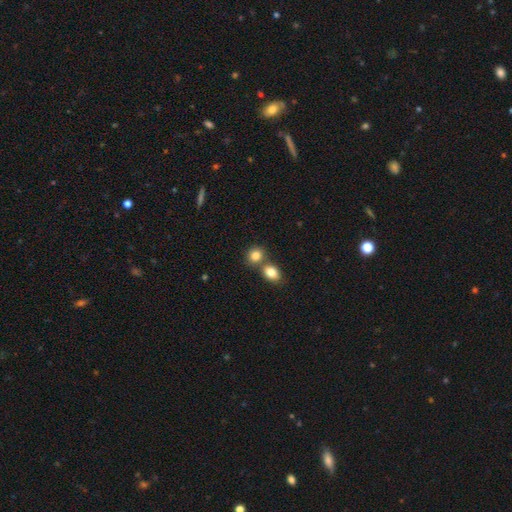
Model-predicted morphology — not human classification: Smooth or featured? smooth (82%)
How rounded? round (66%)
Merging? none (48%)